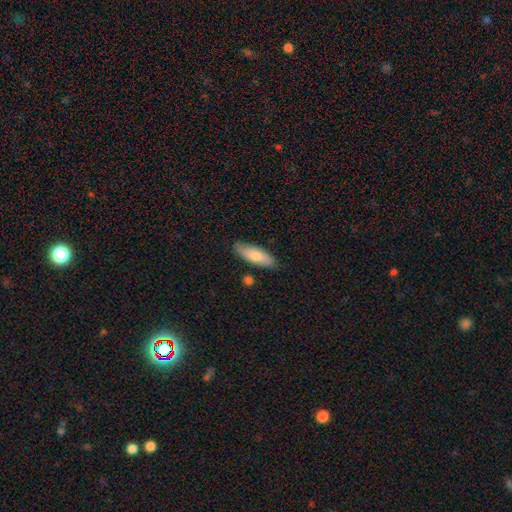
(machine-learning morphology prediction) Smooth or featured?
  - smooth: 77% *
  - featured or disk: 18%
  - star or artifact: 6%
How rounded?
  - in between: 63% *
  - cigar-shaped: 35%
  - round: 2%
Merging?
  - none: 81% *
  - minor disturbance: 13%
  - merger: 3%
  - major disturbance: 2%